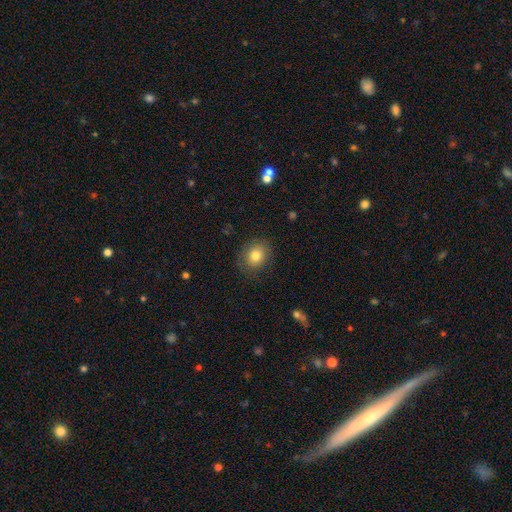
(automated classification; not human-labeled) A smooth galaxy with no disk features (80%) that is round (66%). Merging: none (83%).